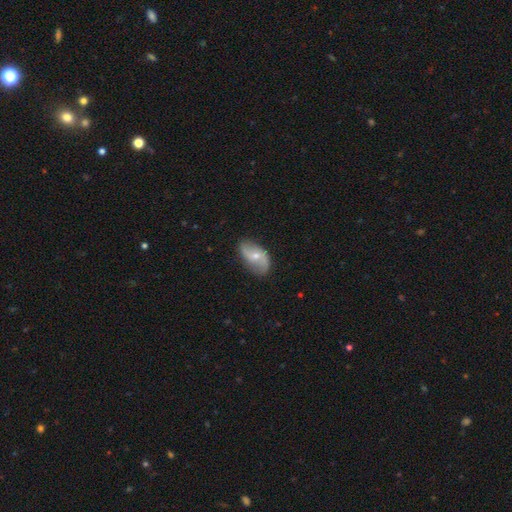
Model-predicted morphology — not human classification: Smooth or featured? Predicted: featured or disk (p=0.70). Edge-on disk? Predicted: no (p=0.95). Bar? Predicted: no (p=0.53). Spiral arms? Predicted: yes (p=0.89). Spiral winding? Predicted: loose (p=0.70). Spiral arm count? Predicted: 2 (p=0.89). Bulge size? Predicted: small (p=0.51). Merging? Predicted: none (p=0.74).